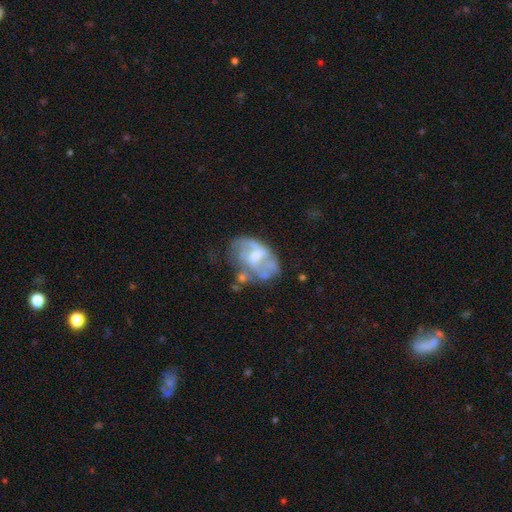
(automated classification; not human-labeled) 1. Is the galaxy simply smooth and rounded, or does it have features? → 73% featured or disk, 20% smooth, 7% star or artifact.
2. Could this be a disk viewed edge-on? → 97% no, 3% yes.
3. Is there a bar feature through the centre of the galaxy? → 48% weak, 40% no, 12% strong.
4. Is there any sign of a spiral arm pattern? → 68% yes, 32% no.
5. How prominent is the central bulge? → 53% moderate, 37% small, 5% none, 4% large, 1% dominant.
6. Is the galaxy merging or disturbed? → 43% none, 25% minor disturbance, 21% major disturbance, 10% merger.